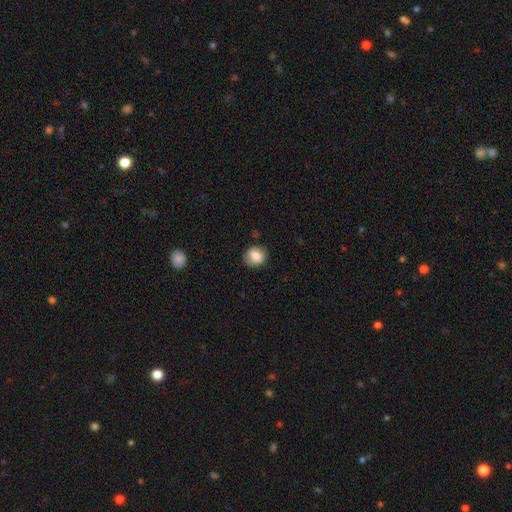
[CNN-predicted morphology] type=smooth (81%); roundness=round (61%); merging=none (83%).